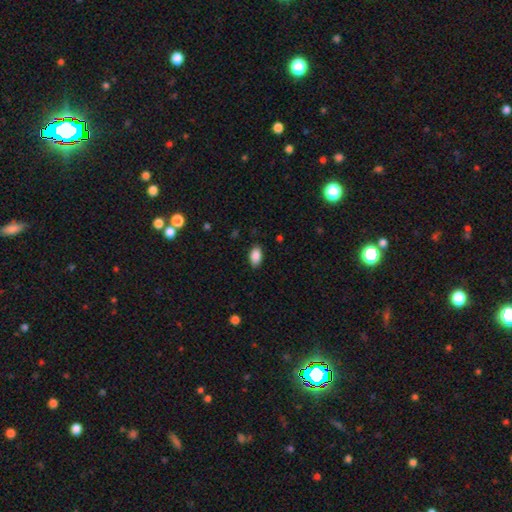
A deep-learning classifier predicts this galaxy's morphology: Smooth or featured?
  - smooth: 88% *
  - star or artifact: 8%
  - featured or disk: 5%
How rounded?
  - in between: 92% *
  - round: 5%
  - cigar-shaped: 2%
Merging?
  - none: 86% *
  - minor disturbance: 11%
  - major disturbance: 2%
  - merger: 1%